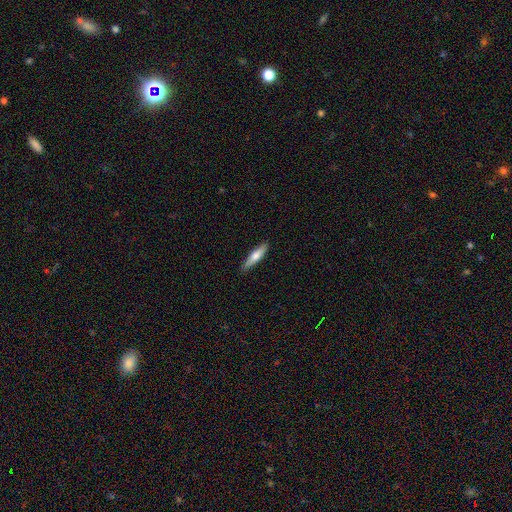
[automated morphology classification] smooth-or-featured: smooth: 61% | featured or disk: 33% | star or artifact: 5%
  how-rounded: cigar-shaped: 80% | in between: 18% | round: 2%
  merging: none: 87% | minor disturbance: 10% | major disturbance: 2% | merger: 1%